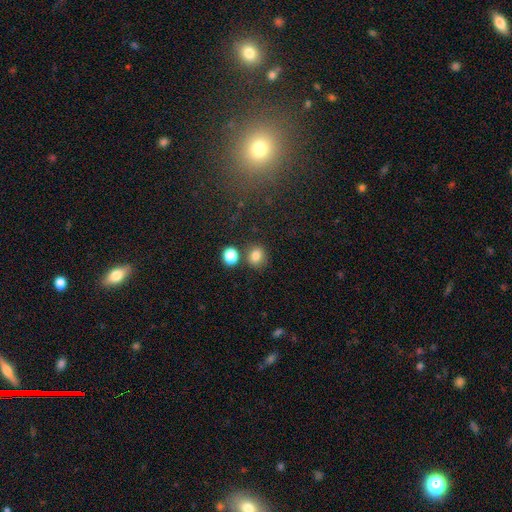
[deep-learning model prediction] A smooth galaxy with no disk features (81%) that is round (74%).

Vote fractions:
- Smooth or featured? smooth: 81% / star or artifact: 13% / featured or disk: 6%
- How rounded? round: 74% / in between: 25% / cigar-shaped: 1%
- Merging? none: 74% / merger: 12% / minor disturbance: 11% / major disturbance: 3%